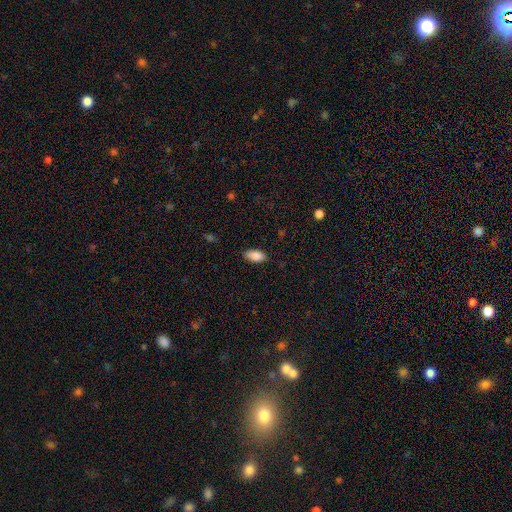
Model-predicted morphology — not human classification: smooth 87%, star or artifact 7%, featured or disk 6%. Down the decision tree: how rounded — in between (90%); merging — none (83%).